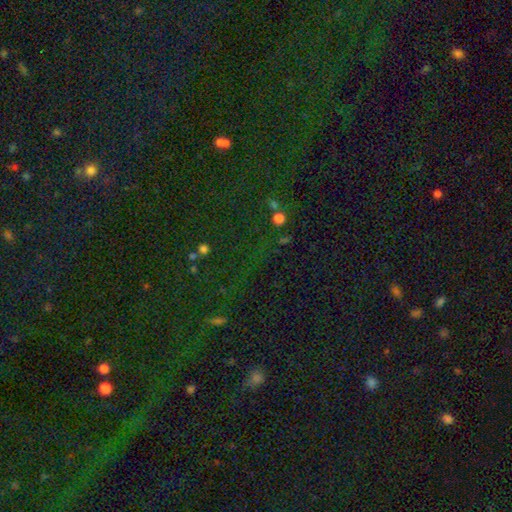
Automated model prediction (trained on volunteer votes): This is likely a star or artifact rather than a galaxy (78%).